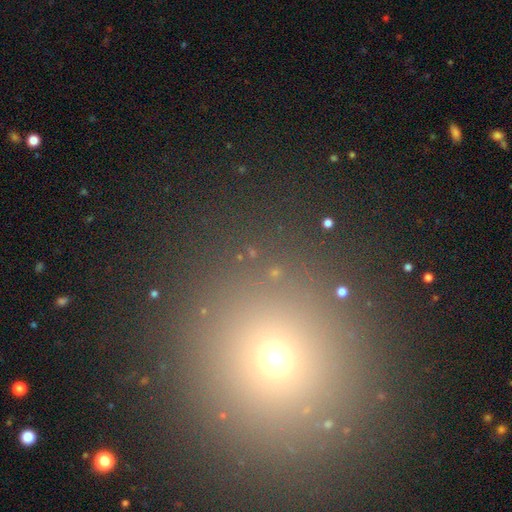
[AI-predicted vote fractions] Smooth or featured? smooth (56%)
How rounded? round (90%)
Merging? none (87%)